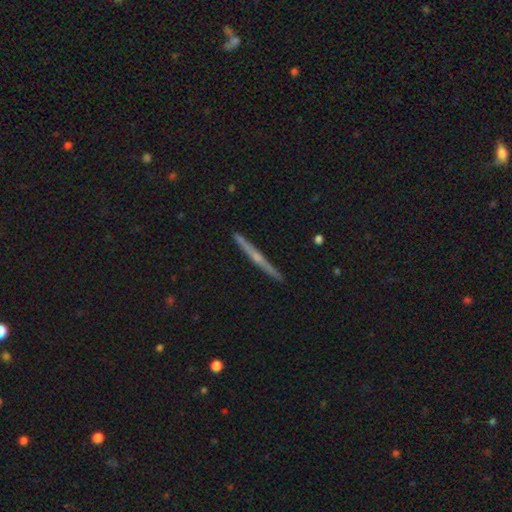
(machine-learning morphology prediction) Smooth or featured: featured or disk — 75% (smooth — 19%)
Edge-on disk: yes — 98% (no — 2%)
Edge-on bulge: rounded — 64% (none — 29%)
Merging: none — 91% (minor disturbance — 6%)